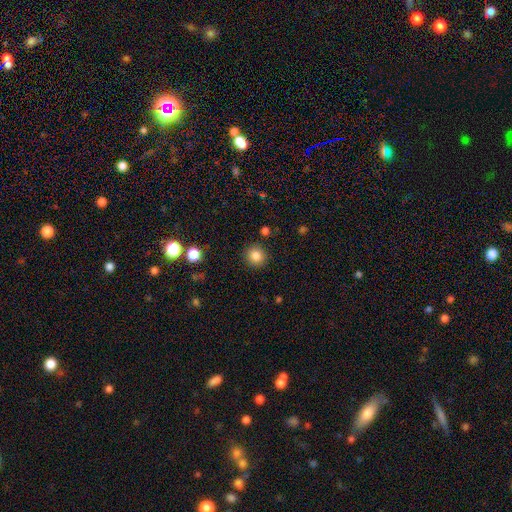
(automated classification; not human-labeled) A smooth galaxy with no disk features (84%) that is round (93%). Merging: none (90%).